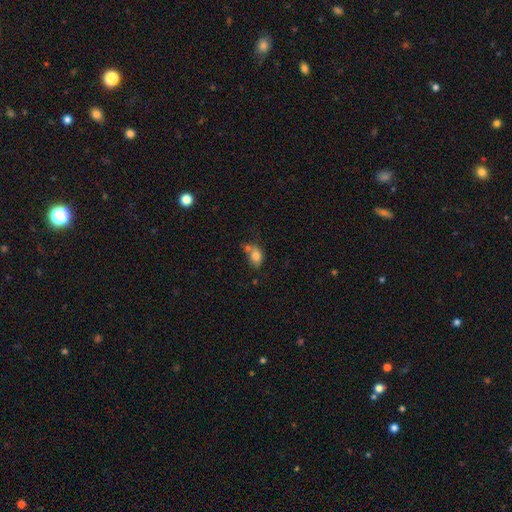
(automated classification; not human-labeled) Overall: smooth (78%). How rounded: in between (74%). Merging: none (42%; merger 33%).